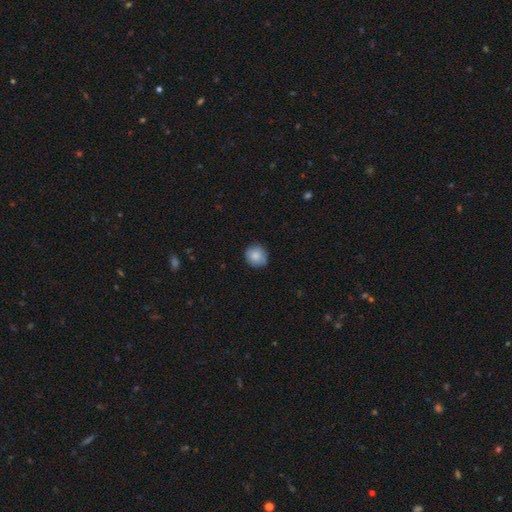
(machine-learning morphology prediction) A smooth galaxy with no disk features (84%) that is round (87%).

Vote fractions:
- Smooth or featured? smooth: 84% / featured or disk: 8% / star or artifact: 8%
- How rounded? round: 87% / in between: 12% / cigar-shaped: 1%
- Merging? none: 81% / minor disturbance: 16% / major disturbance: 2% / merger: 1%